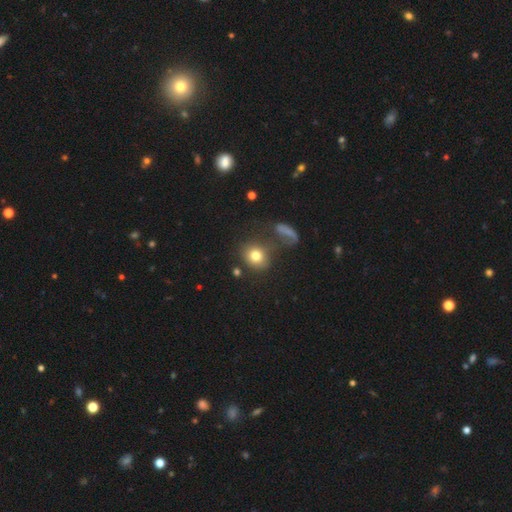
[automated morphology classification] Smooth or featured: smooth — 78% (featured or disk — 11%)
How rounded: round — 73% (in between — 26%)
Merging: none — 63% (minor disturbance — 14%)